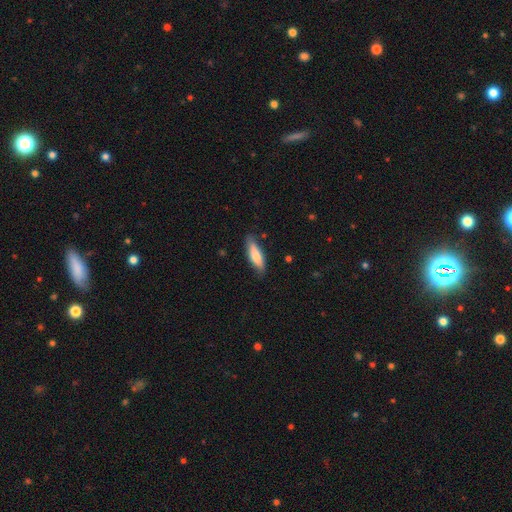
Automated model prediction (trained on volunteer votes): Morphology: type=smooth (73%); roundness=cigar-shaped (57%); merging=none (81%).